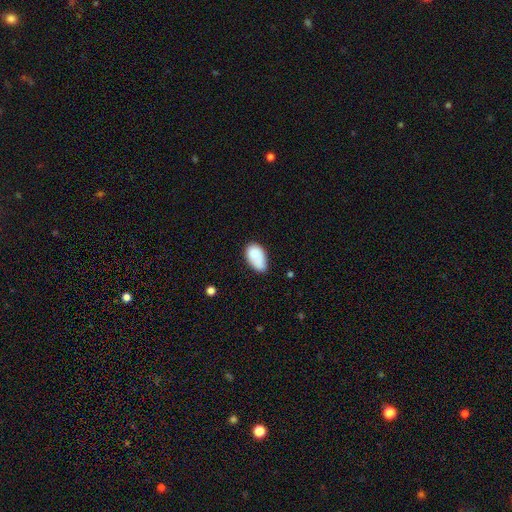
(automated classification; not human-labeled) A smooth galaxy with no disk features (79%) that is in between round and cigar-shaped (92%).

Vote fractions:
- Smooth or featured? smooth: 79% / featured or disk: 13% / star or artifact: 8%
- How rounded? in between: 92% / round: 6% / cigar-shaped: 2%
- Merging? none: 48% / minor disturbance: 32% / merger: 12% / major disturbance: 9%